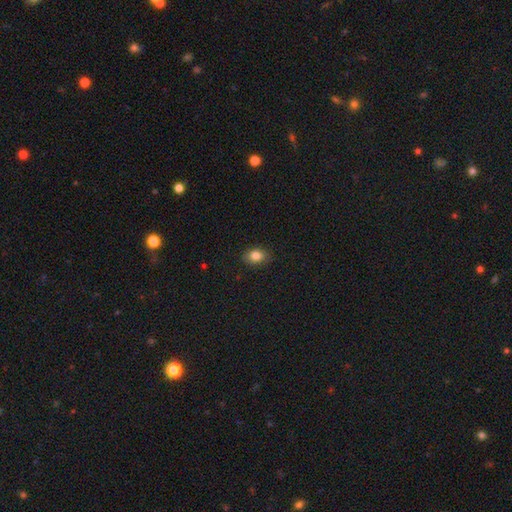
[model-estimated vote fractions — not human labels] Smooth or featured? smooth (83%)
How rounded? in between (71%)
Merging? none (85%)